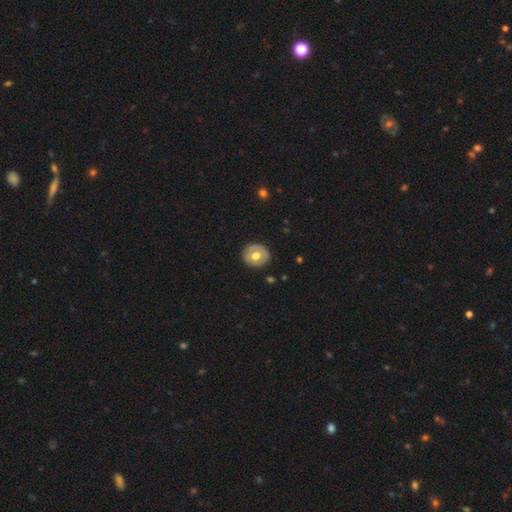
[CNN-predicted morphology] Smooth or featured? Predicted: smooth (p=0.59). How rounded? Predicted: round (p=0.84). Merging? Predicted: none (p=0.87).